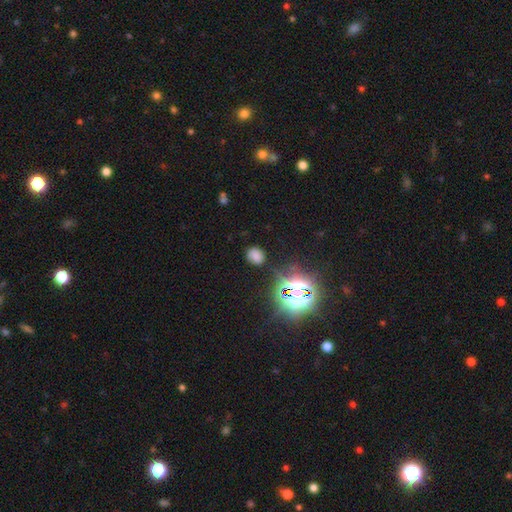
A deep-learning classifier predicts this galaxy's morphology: This is likely a smooth galaxy (61%). How rounded: likely round (60%). Merging: likely none (72%).